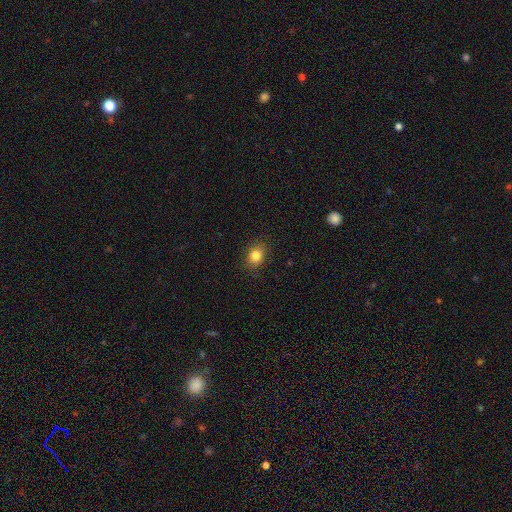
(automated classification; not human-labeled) smooth 82%, star or artifact 11%, featured or disk 6%. Down the decision tree: how rounded — in between (50%); merging — none (88%).